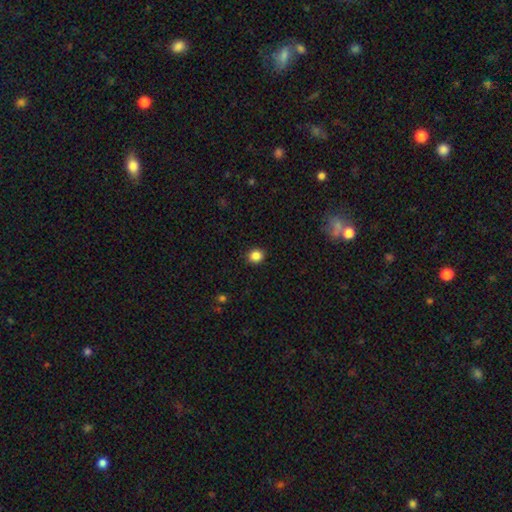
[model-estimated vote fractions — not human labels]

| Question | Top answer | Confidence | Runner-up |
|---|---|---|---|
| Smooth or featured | smooth | 86% | star or artifact (10%) |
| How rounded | round | 80% | in between (19%) |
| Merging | none | 91% | minor disturbance (6%) |